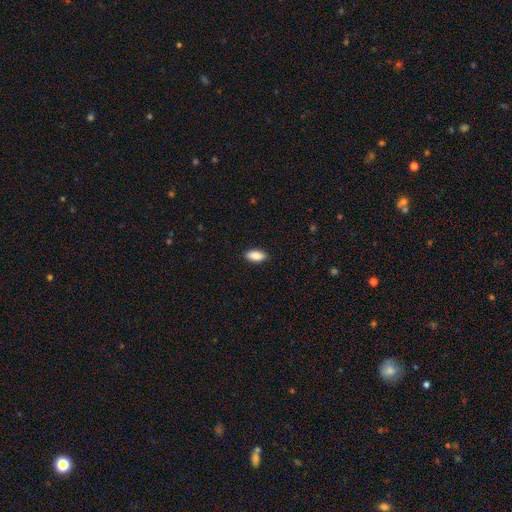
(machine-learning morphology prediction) This is clearly a smooth galaxy (90%). How rounded: clearly in between (89%). Merging: clearly none (89%).